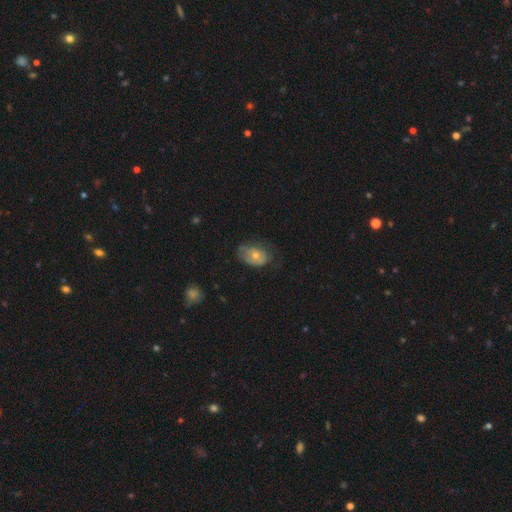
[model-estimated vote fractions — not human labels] Smooth or featured? Predicted: smooth (p=0.54). How rounded? Predicted: in between (p=0.79). Merging? Predicted: none (p=0.44).